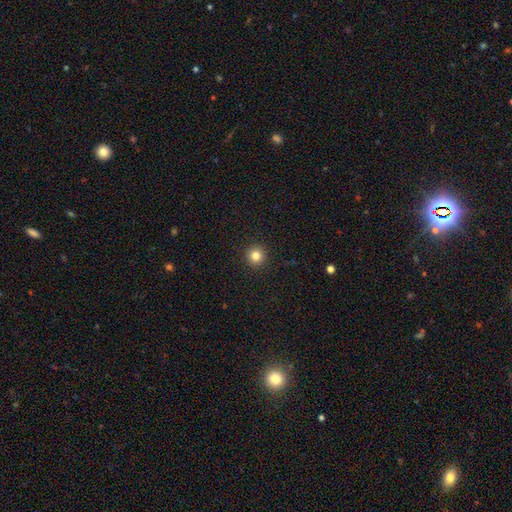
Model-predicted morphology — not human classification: Smooth or featured? smooth (82%)
How rounded? round (96%)
Merging? none (93%)